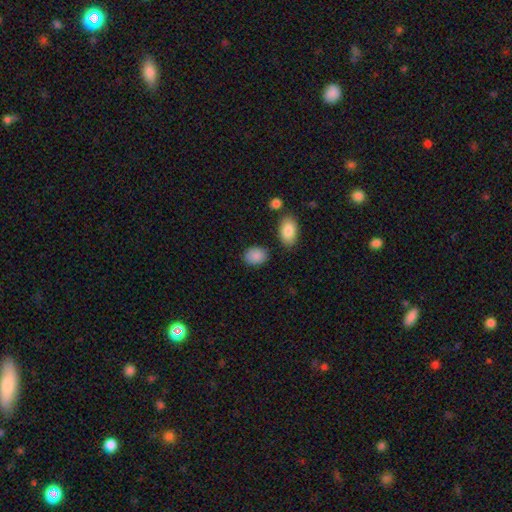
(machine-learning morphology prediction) The model was most divided on "how rounded": in between: 70%, round: 28%, cigar-shaped: 1%. More confident: smooth or featured — smooth (89%); merging — none (82%).